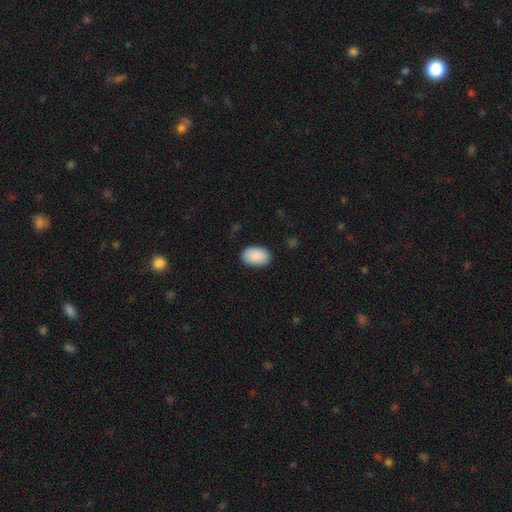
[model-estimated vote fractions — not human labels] A smooth galaxy with no disk features (91%) that is in between round and cigar-shaped (92%).

Vote fractions:
- Smooth or featured? smooth: 91% / star or artifact: 6% / featured or disk: 3%
- How rounded? in between: 92% / round: 7% / cigar-shaped: 1%
- Merging? none: 88% / minor disturbance: 9% / major disturbance: 2% / merger: 1%